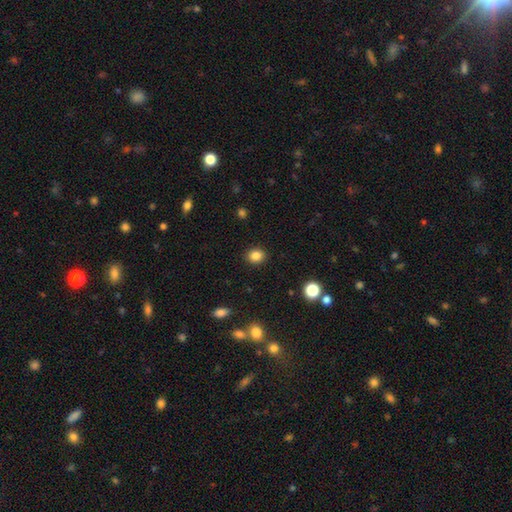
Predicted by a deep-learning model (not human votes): Q: Smooth or featured?
A: smooth (85%); runner-up: star or artifact (11%)
Q: How rounded?
A: round (68%); runner-up: in between (31%)
Q: Merging?
A: none (90%); runner-up: minor disturbance (6%)